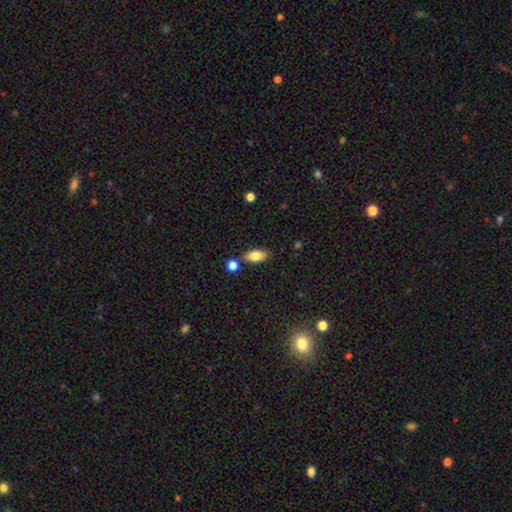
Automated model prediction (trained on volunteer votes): Q: Smooth or featured?
A: smooth (77%); runner-up: featured or disk (15%)
Q: How rounded?
A: in between (84%); runner-up: cigar-shaped (12%)
Q: Merging?
A: none (79%); runner-up: minor disturbance (11%)